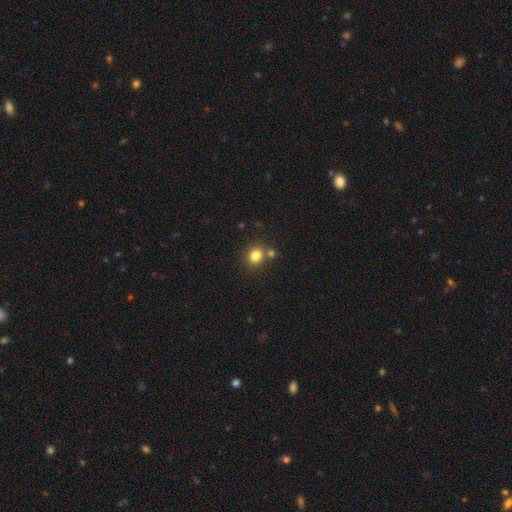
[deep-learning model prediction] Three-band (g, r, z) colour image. It shows a smooth galaxy with no disk features (82%) that is round (72%). Merging: none (70%).